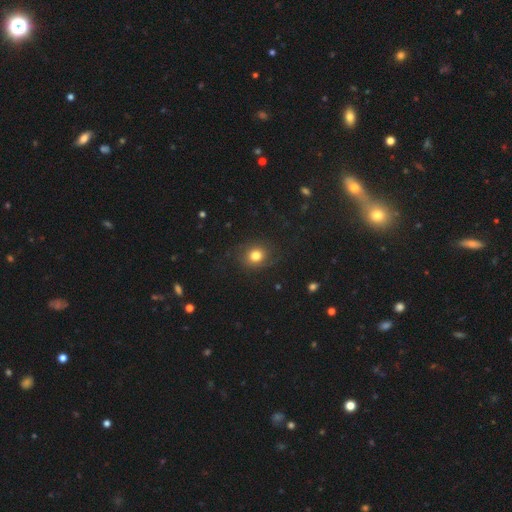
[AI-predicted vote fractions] A smooth galaxy with no disk features (77%) that is round (74%). Merging: none (80%).